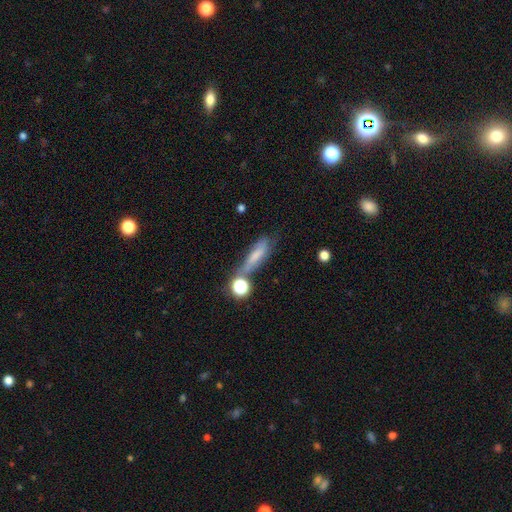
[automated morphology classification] Smooth or featured: smooth — 57% (featured or disk — 30%)
How rounded: cigar-shaped — 58% (in between — 34%)
Merging: none — 46% (minor disturbance — 23%)